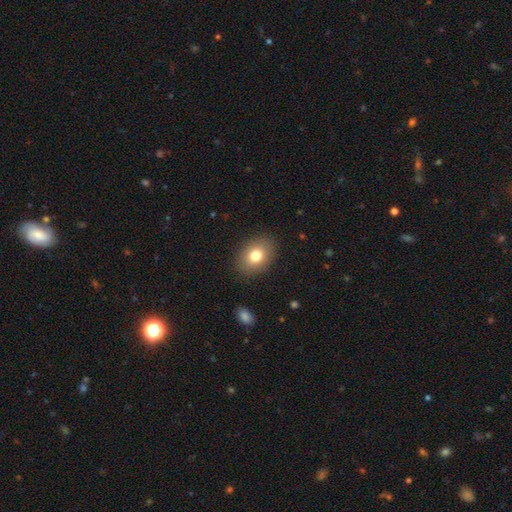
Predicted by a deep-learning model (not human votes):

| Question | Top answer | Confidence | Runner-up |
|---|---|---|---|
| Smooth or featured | smooth | 79% | featured or disk (12%) |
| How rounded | in between | 72% | round (27%) |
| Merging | none | 87% | minor disturbance (9%) |